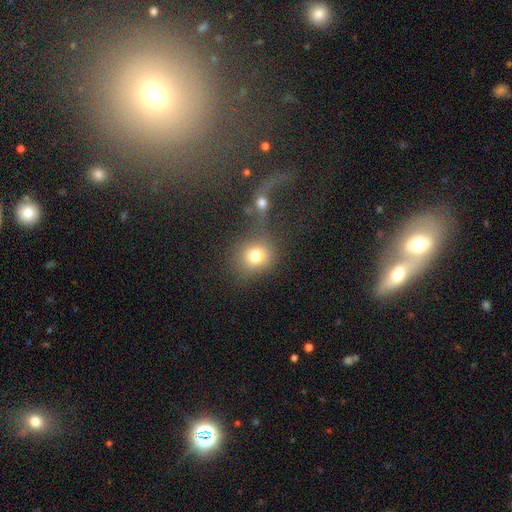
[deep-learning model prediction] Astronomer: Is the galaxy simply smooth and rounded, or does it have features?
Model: smooth — 76%.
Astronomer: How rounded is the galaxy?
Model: round — 79%.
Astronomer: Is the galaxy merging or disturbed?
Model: none — 57%.